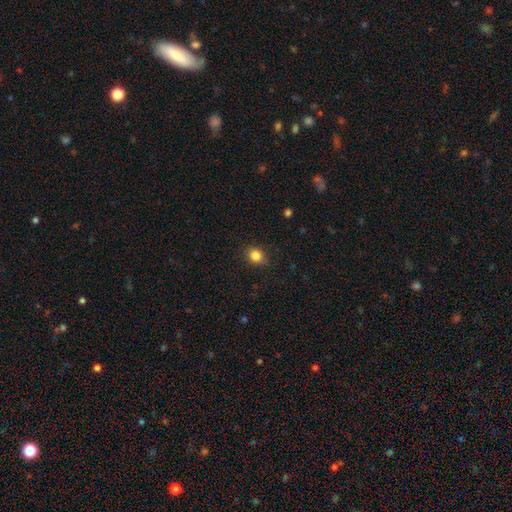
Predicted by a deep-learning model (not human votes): smooth 84%, star or artifact 11%, featured or disk 5%. Down the decision tree: how rounded — round (69%); merging — none (85%).